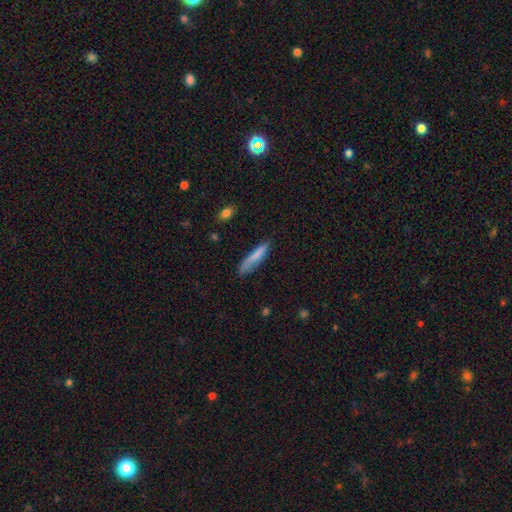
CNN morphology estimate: This appears to be a smooth galaxy with no disk features (78%) that is cigar-shaped (84%). Merging: none (70%).